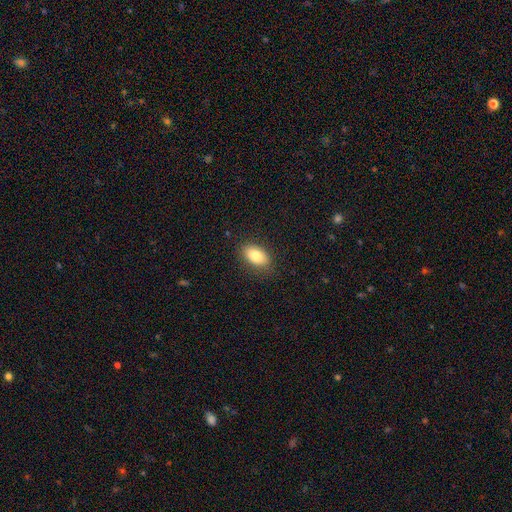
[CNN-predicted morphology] This appears to be a smooth galaxy with no disk features (82%) that is in between round and cigar-shaped (91%). Merging: none (87%).